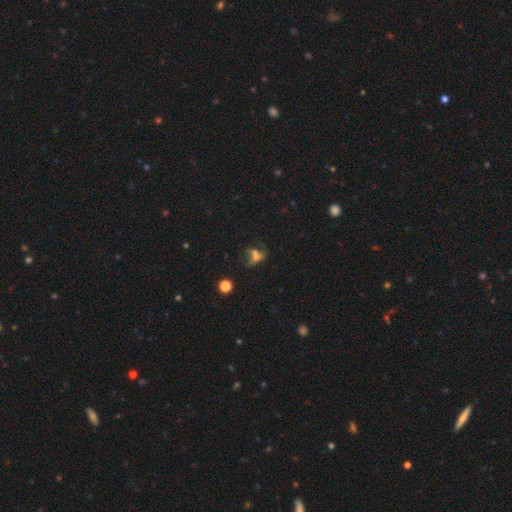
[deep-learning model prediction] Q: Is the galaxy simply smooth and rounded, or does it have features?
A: smooth — 44%.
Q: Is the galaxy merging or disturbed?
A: merger — 37%.